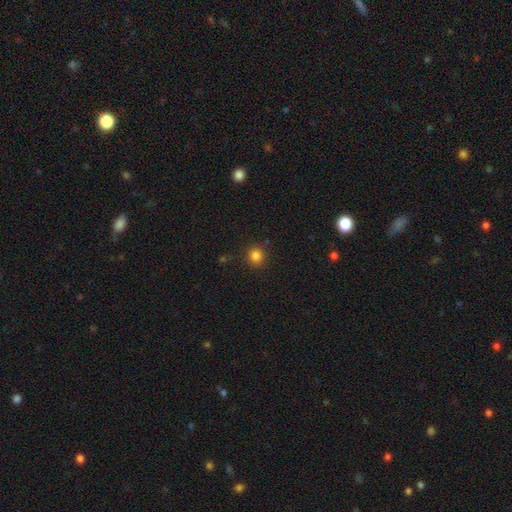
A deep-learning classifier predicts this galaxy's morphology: smooth-or-featured: smooth: 84% | star or artifact: 12% | featured or disk: 4%
  how-rounded: round: 83% | in between: 16% | cigar-shaped: 1%
  merging: none: 87% | minor disturbance: 9% | major disturbance: 3% | merger: 2%